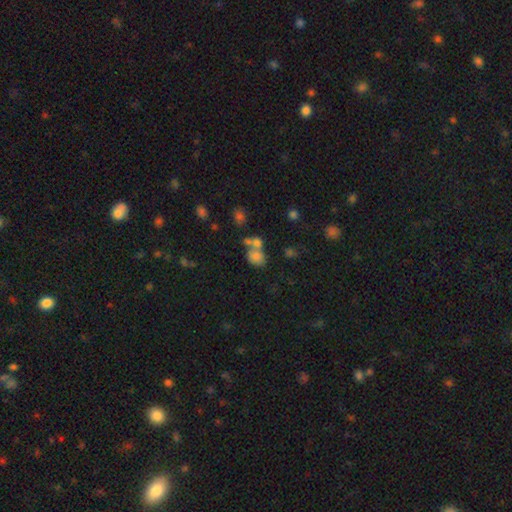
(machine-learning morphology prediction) A smooth galaxy with no disk features (71%) that is in between round and cigar-shaped (52%). Merging: merger (46%).